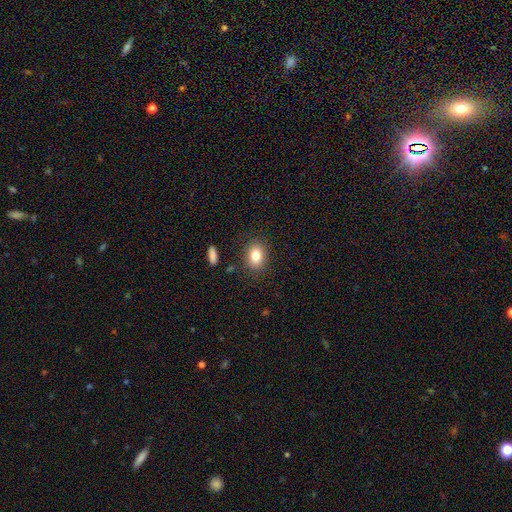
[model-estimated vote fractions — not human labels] smooth-or-featured: smooth: 82% | star or artifact: 10% | featured or disk: 9%
  how-rounded: in between: 68% | round: 30% | cigar-shaped: 1%
  merging: none: 85% | minor disturbance: 10% | major disturbance: 3% | merger: 2%